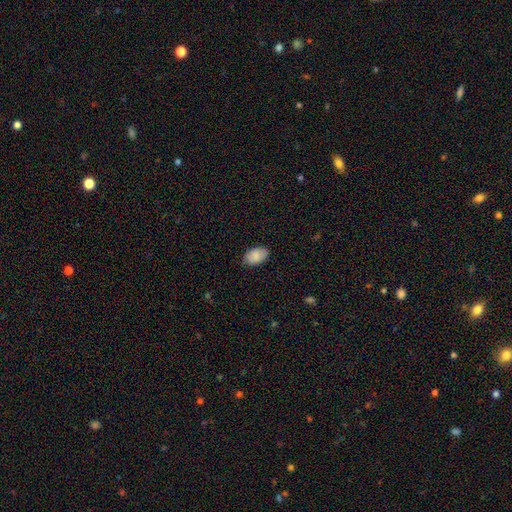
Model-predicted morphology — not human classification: smooth 87%, featured or disk 7%, star or artifact 7%. Down the decision tree: how rounded — in between (93%); merging — none (82%).